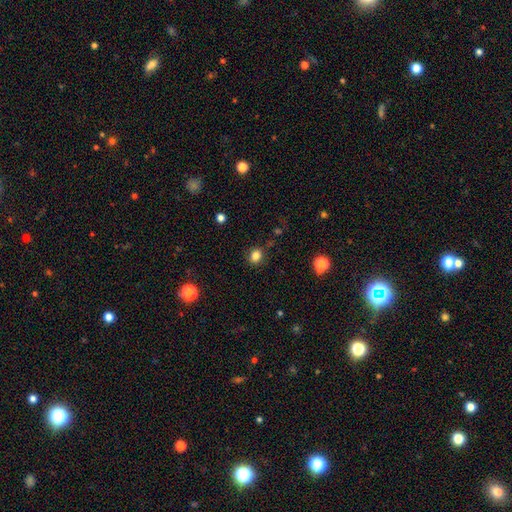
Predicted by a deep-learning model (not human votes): The model was most divided on "how rounded": round: 73%, in between: 26%, cigar-shaped: 1%. More confident: merging — none (84%); smooth or featured — smooth (83%).